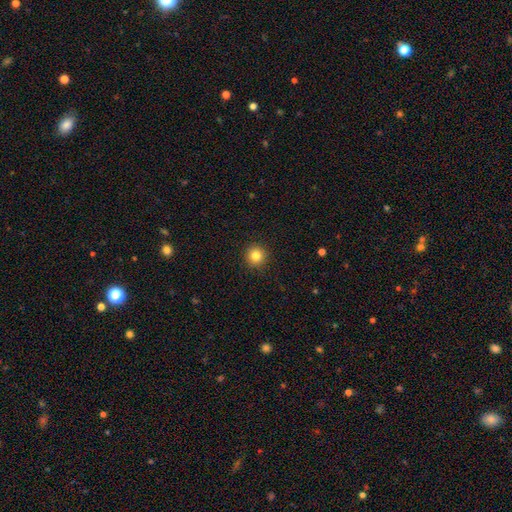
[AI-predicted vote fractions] This is clearly a smooth galaxy (83%). How rounded: clearly round (94%). Merging: clearly none (93%).